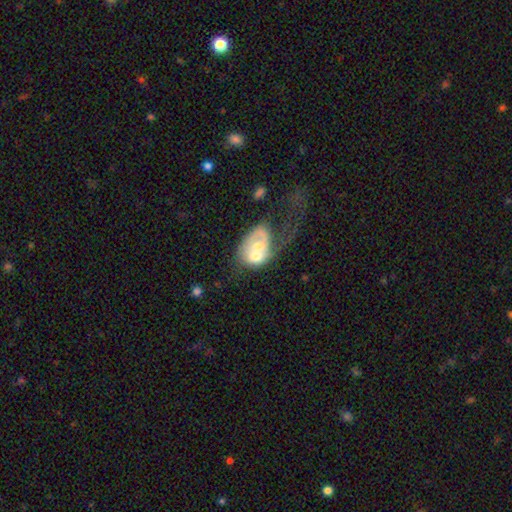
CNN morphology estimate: This appears to be a featured or disk galaxy (55%) with no bar (79%), no spiral arms (53%) and a moderate central bulge (58%). Merging: merger (64%).